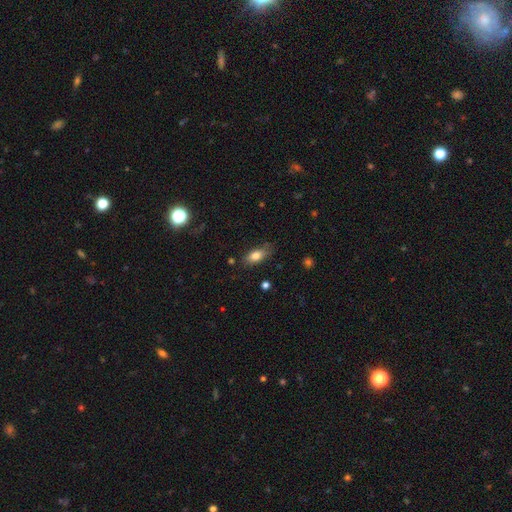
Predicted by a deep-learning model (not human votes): Smooth or featured?
  - smooth: 80% *
  - featured or disk: 12%
  - star or artifact: 8%
How rounded?
  - in between: 84% *
  - cigar-shaped: 11%
  - round: 5%
Merging?
  - none: 73% *
  - minor disturbance: 20%
  - major disturbance: 5%
  - merger: 2%